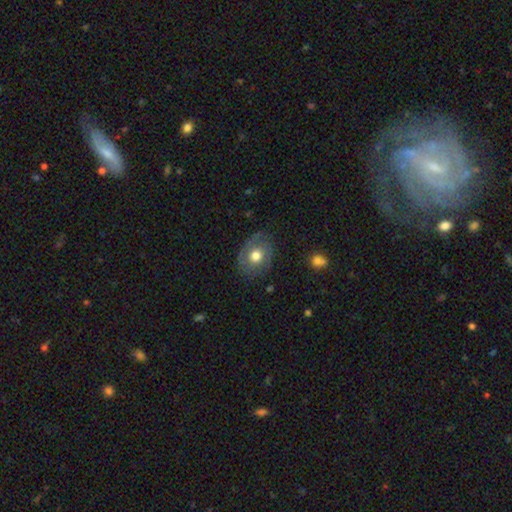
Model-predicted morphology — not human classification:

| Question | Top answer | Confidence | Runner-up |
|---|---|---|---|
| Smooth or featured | smooth | 53% | featured or disk (39%) |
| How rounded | round | 53% | in between (46%) |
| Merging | none | 71% | minor disturbance (20%) |